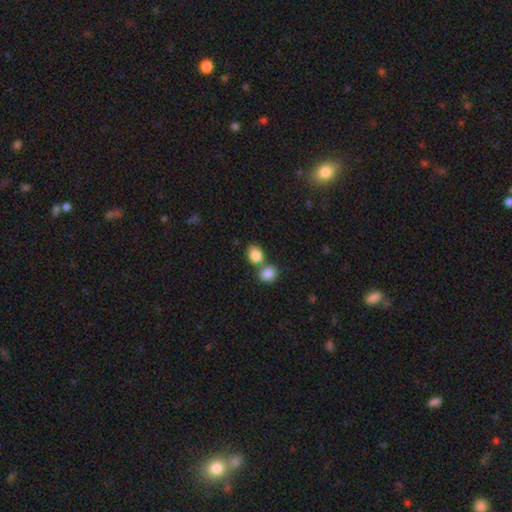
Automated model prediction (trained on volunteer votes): Smooth or featured?
  - smooth: 85% *
  - star or artifact: 9%
  - featured or disk: 7%
How rounded?
  - round: 50% *
  - in between: 49%
  - cigar-shaped: 1%
Merging?
  - merger: 47% *
  - none: 43%
  - minor disturbance: 8%
  - major disturbance: 3%